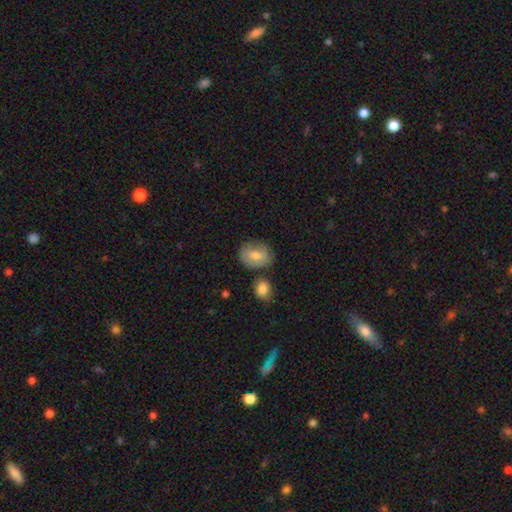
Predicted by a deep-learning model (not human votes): Q: Smooth or featured?
A: smooth (68%); runner-up: featured or disk (25%)
Q: How rounded?
A: in between (50%); runner-up: round (49%)
Q: Merging?
A: none (70%); runner-up: minor disturbance (17%)